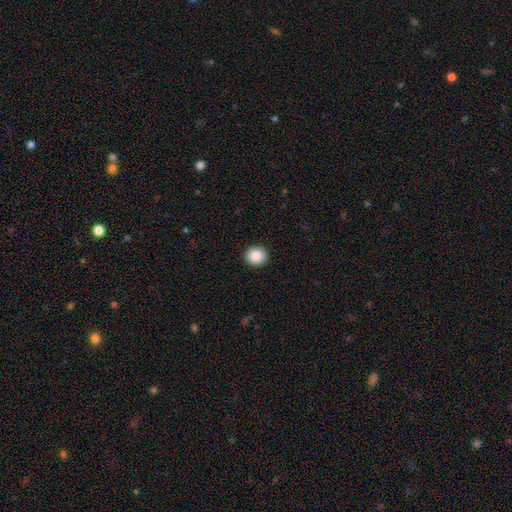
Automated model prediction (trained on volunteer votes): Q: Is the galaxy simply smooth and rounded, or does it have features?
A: smooth — 87%.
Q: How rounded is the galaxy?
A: round — 79%.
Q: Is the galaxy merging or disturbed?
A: none — 92%.